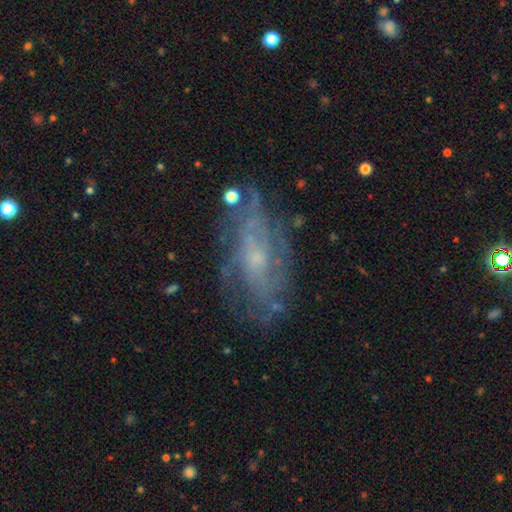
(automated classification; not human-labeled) Smooth or featured? featured or disk (71%)
Edge-on disk? no (90%)
Bar? no (67%)
Spiral arms? yes (73%)
Bulge size? small (61%)
Merging? none (69%)